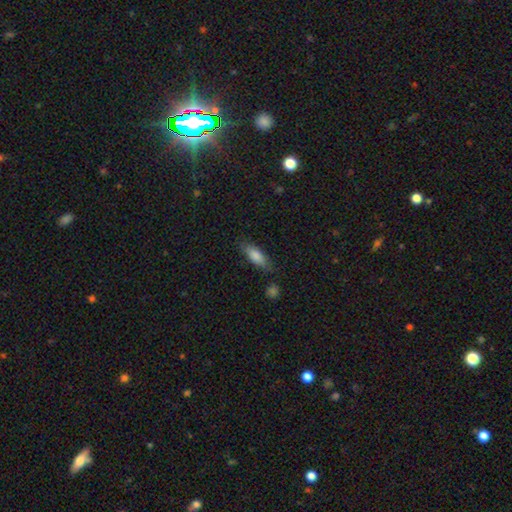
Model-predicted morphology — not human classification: Overall: smooth (83%). How rounded: in between (66%; cigar-shaped 32%). Merging: none (76%).